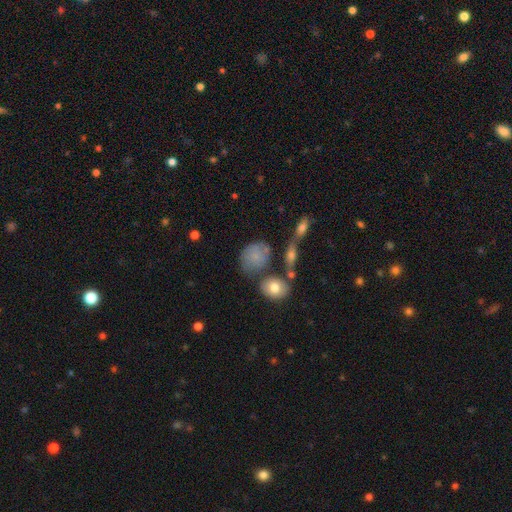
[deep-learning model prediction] This appears to be a smooth galaxy with no disk features (76%) that is round (50%). Merging: none (53%).